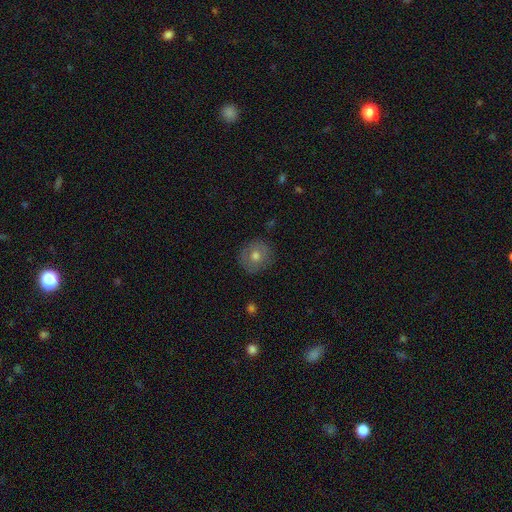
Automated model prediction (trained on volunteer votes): This appears to be a smooth galaxy with no disk features (63%) that is round (89%). Merging: none (87%).